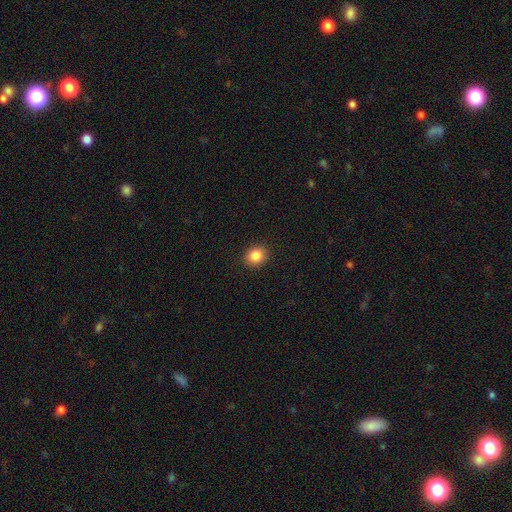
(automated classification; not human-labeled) A smooth galaxy with no disk features (85%) that is round (75%).

Vote fractions:
- Smooth or featured? smooth: 85% / star or artifact: 10% / featured or disk: 5%
- How rounded? round: 75% / in between: 24% / cigar-shaped: 1%
- Merging? none: 91% / minor disturbance: 6% / major disturbance: 2% / merger: 1%